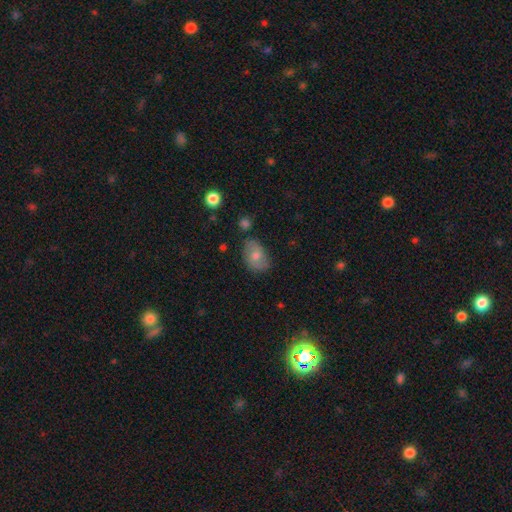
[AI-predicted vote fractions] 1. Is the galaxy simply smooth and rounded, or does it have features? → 65% smooth, 25% featured or disk, 10% star or artifact.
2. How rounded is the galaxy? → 84% in between, 15% round, 2% cigar-shaped.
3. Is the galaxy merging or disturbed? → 69% none, 23% minor disturbance, 5% major disturbance, 4% merger.